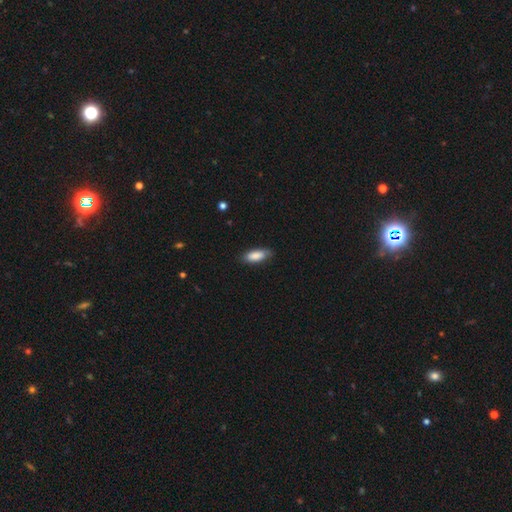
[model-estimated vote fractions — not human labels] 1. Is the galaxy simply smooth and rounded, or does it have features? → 85% smooth, 9% featured or disk, 6% star or artifact.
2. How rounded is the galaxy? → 74% in between, 24% cigar-shaped, 2% round.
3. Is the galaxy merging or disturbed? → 81% none, 15% minor disturbance, 3% major disturbance, 1% merger.